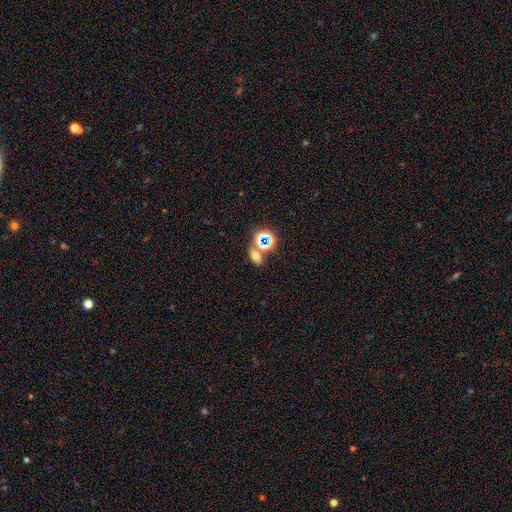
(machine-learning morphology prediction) type=smooth (54%); roundness=in between (75%); merging=none (57%).